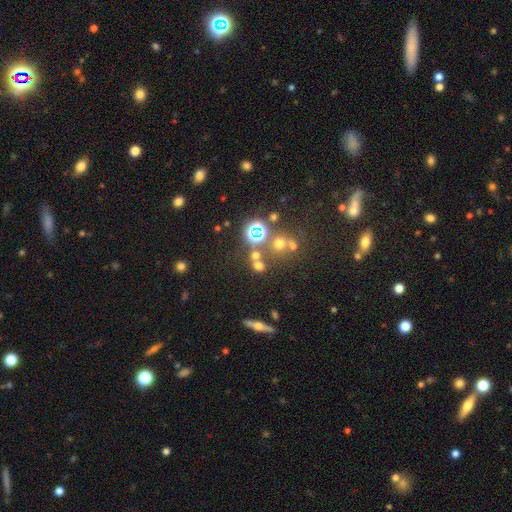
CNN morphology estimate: Smooth or featured? smooth (53%)
How rounded? round (78%)
Merging? none (61%)